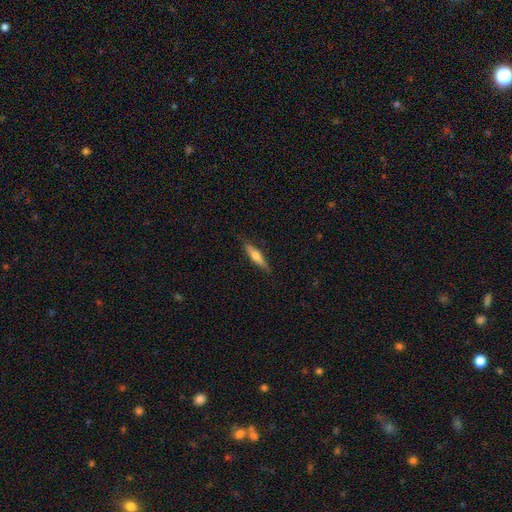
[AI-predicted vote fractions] Morphology: type=smooth (53%); roundness=cigar-shaped (80%); merging=none (85%).